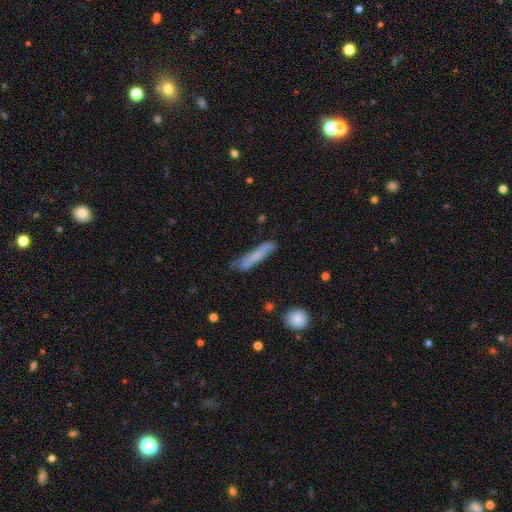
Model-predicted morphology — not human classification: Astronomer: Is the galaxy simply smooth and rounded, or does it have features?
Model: smooth — 68%.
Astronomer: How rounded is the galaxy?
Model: cigar-shaped — 90%.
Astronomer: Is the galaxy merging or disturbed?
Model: none — 67%.